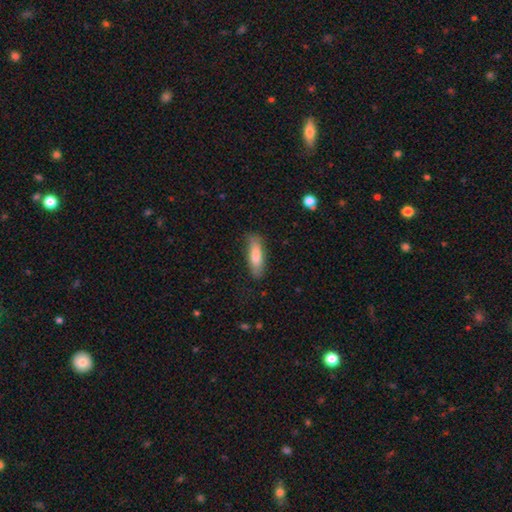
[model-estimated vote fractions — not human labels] Smooth or featured: smooth — 81% (featured or disk — 13%)
How rounded: cigar-shaped — 54% (in between — 45%)
Merging: none — 75% (minor disturbance — 19%)